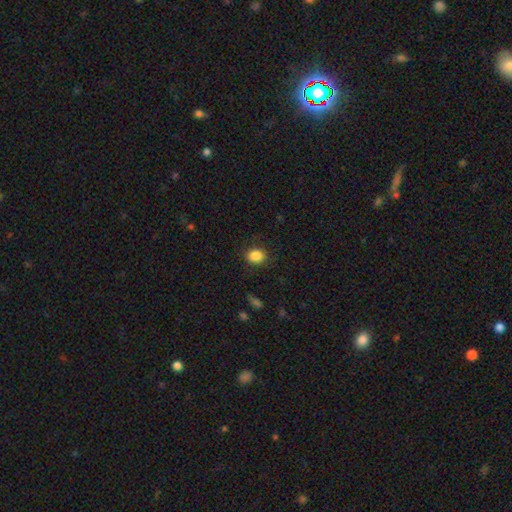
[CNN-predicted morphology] Q: Smooth or featured?
A: smooth (86%); runner-up: star or artifact (10%)
Q: How rounded?
A: round (54%); runner-up: in between (45%)
Q: Merging?
A: none (85%); runner-up: minor disturbance (11%)